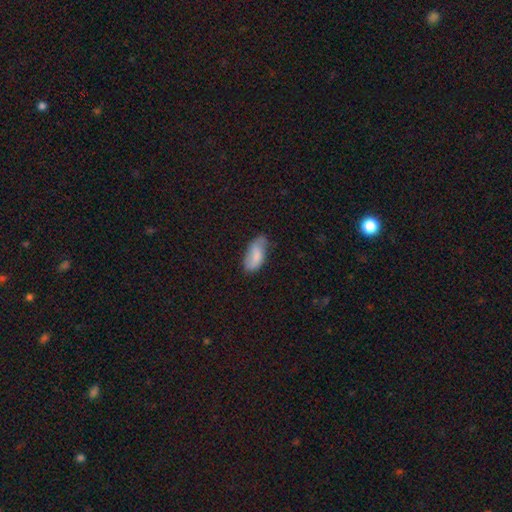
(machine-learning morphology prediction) Smooth or featured? smooth (75%)
How rounded? in between (90%)
Merging? none (57%)